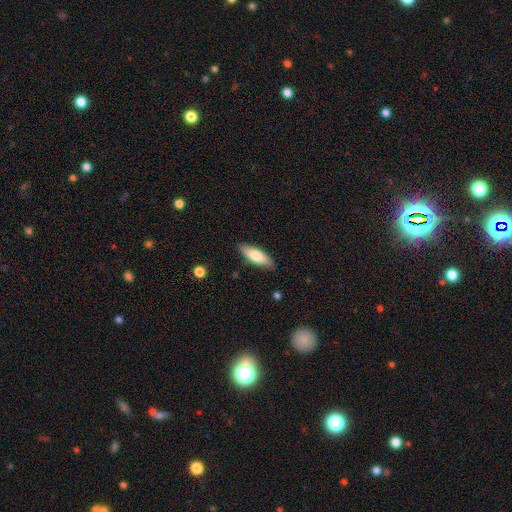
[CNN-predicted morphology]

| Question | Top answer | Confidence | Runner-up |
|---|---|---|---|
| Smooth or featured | smooth | 73% | featured or disk (21%) |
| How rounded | in between | 59% | cigar-shaped (39%) |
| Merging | none | 86% | minor disturbance (11%) |